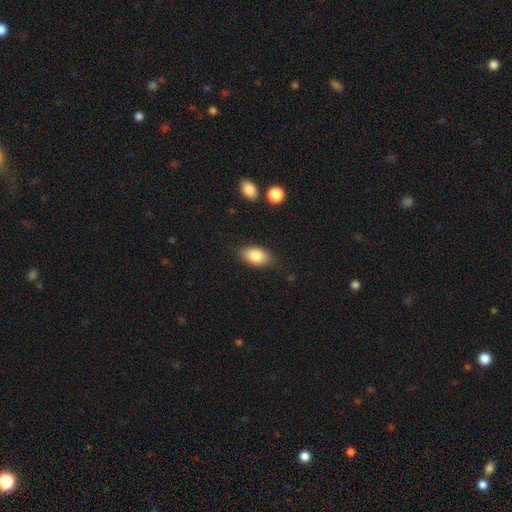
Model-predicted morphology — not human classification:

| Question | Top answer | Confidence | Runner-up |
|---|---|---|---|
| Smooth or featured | smooth | 86% | star or artifact (7%) |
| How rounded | in between | 91% | round (7%) |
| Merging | none | 83% | minor disturbance (12%) |